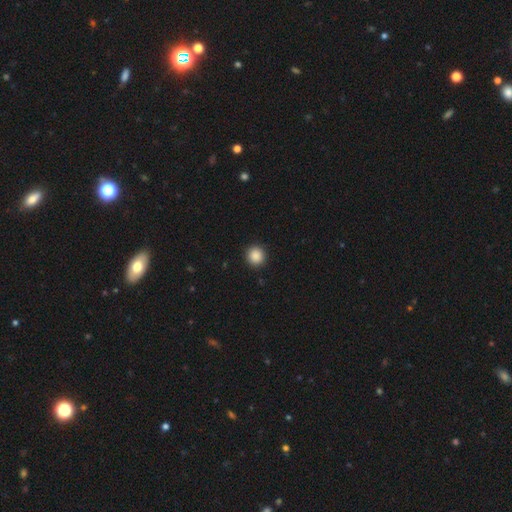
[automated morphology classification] Smooth or featured?
  - smooth: 88% *
  - star or artifact: 9%
  - featured or disk: 3%
How rounded?
  - round: 94% *
  - in between: 6%
  - cigar-shaped: 1%
Merging?
  - none: 92% *
  - minor disturbance: 5%
  - major disturbance: 2%
  - merger: 1%